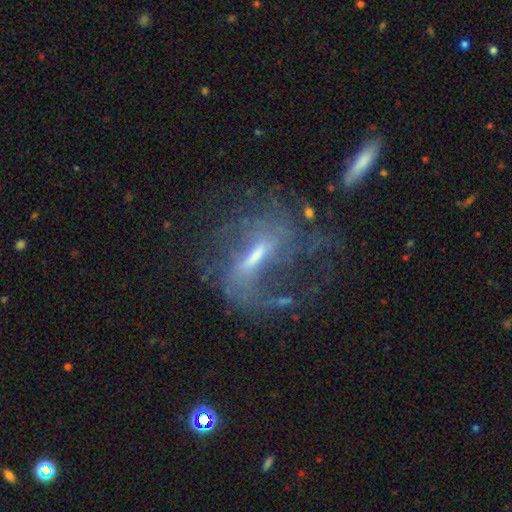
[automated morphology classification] Overall: featured or disk (74%). Edge-on disk: no (87%). Bar: strong (52%; weak 35%). Spiral arms: yes (72%). Bulge size: small (41%; moderate 39%). Merging: none (44%; major disturbance 33%).